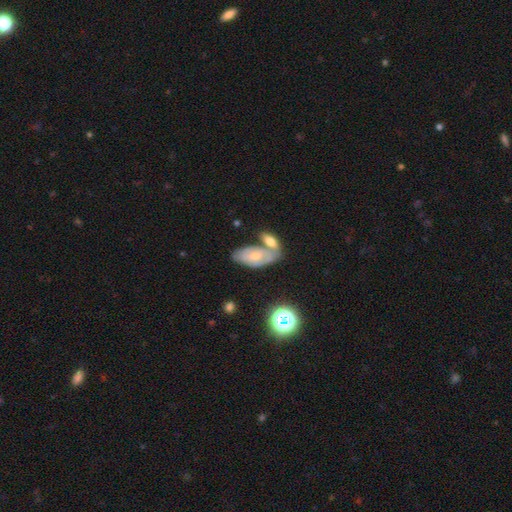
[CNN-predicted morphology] featured or disk 46%, smooth 44%, star or artifact 10%. Down the decision tree: merging — none (43%).